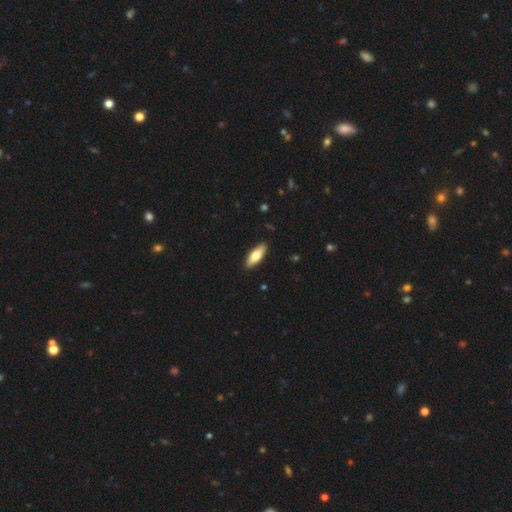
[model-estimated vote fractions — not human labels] Smooth or featured?
  - smooth: 68% *
  - featured or disk: 26%
  - star or artifact: 5%
How rounded?
  - in between: 64% *
  - cigar-shaped: 34%
  - round: 2%
Merging?
  - none: 90% *
  - minor disturbance: 8%
  - major disturbance: 2%
  - merger: 1%